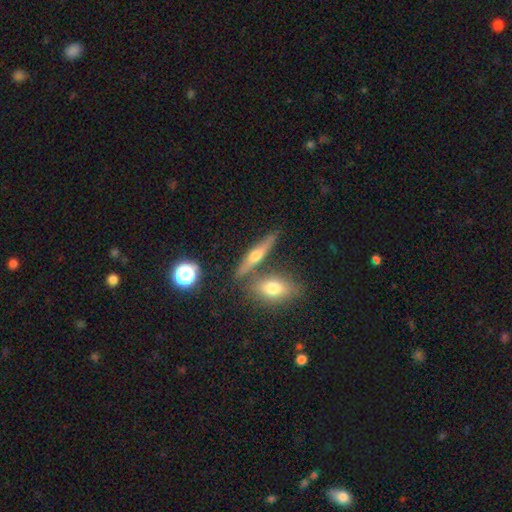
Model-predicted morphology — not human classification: smooth-or-featured: featured or disk: 59% | smooth: 32% | star or artifact: 9%
  disk-edge-on: yes: 92% | no: 8%
    edge-on-bulge: rounded: 92% | none: 4% | boxy: 3%
  merging: none: 73% | merger: 14% | minor disturbance: 10% | major disturbance: 3%